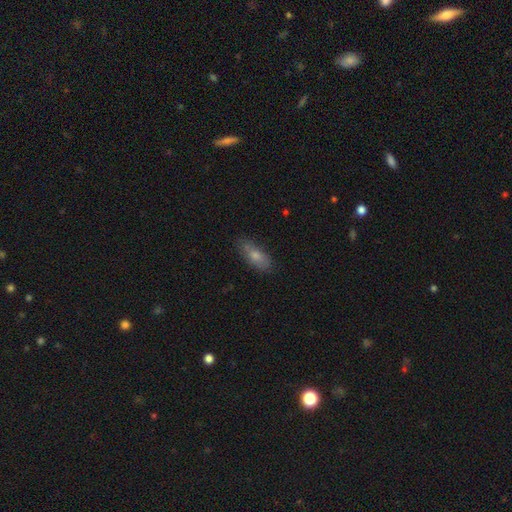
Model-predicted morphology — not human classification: This appears to be a smooth galaxy with no disk features (75%) that is in between round and cigar-shaped (72%). Merging: none (74%).